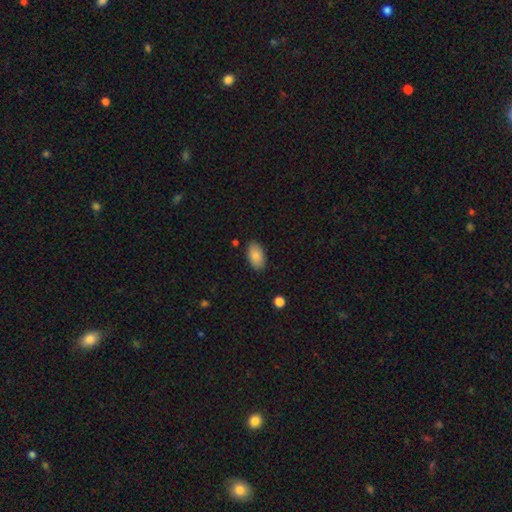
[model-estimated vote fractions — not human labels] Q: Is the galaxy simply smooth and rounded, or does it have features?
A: smooth — 85%.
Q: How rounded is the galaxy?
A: in between — 94%.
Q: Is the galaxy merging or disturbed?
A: none — 87%.